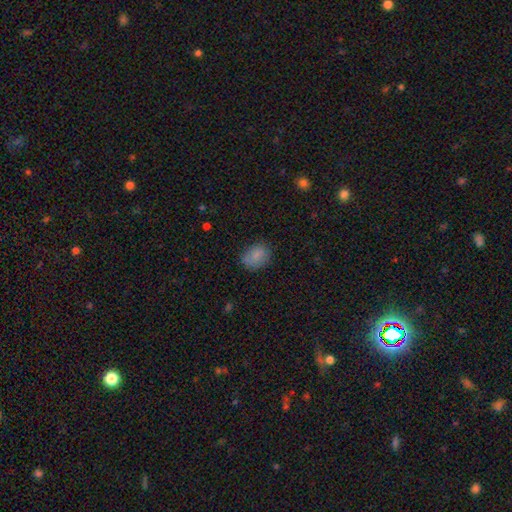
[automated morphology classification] A smooth galaxy with no disk features (83%) that is in between round and cigar-shaped (62%). Merging: none (76%).